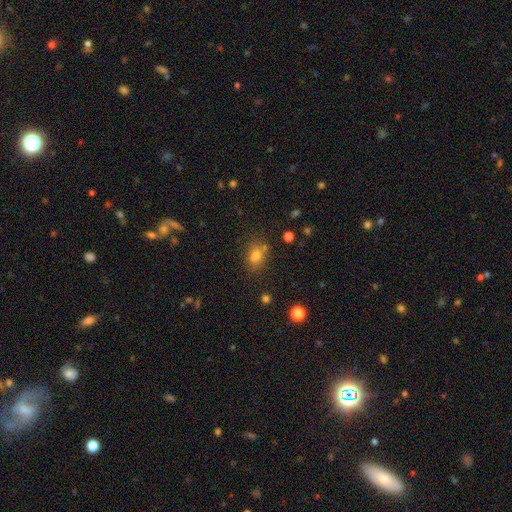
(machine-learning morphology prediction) This is likely a smooth galaxy (71%). How rounded: possibly in between (56%). Merging: likely none (62%).